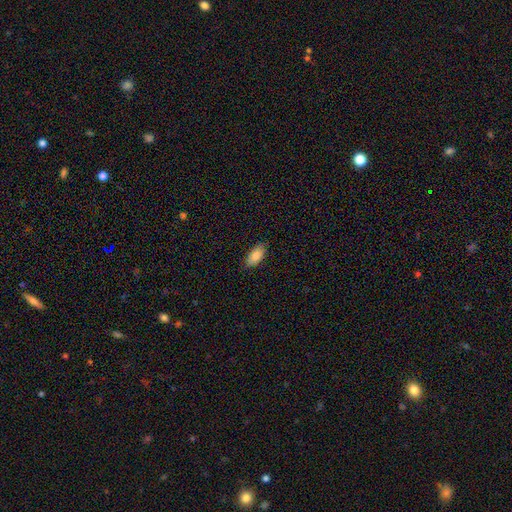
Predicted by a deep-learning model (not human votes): Overall: smooth (84%). How rounded: in between (92%). Merging: none (86%).